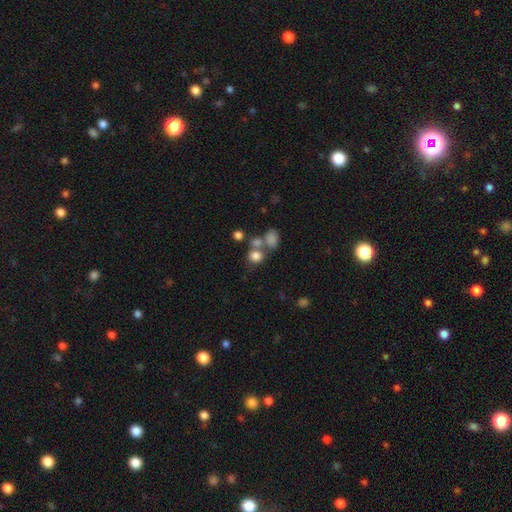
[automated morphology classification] A smooth galaxy with no disk features (77%) that is round (73%).

Vote fractions:
- Smooth or featured? smooth: 77% / star or artifact: 13% / featured or disk: 10%
- How rounded? round: 73% / in between: 26% / cigar-shaped: 1%
- Merging? none: 48% / merger: 36% / minor disturbance: 10% / major disturbance: 6%